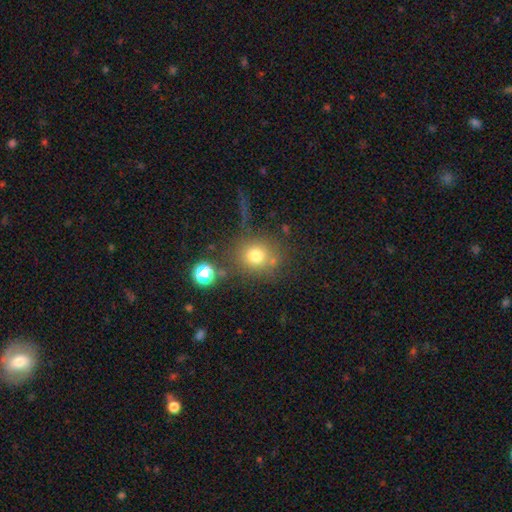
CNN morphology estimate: smooth 74%, star or artifact 15%, featured or disk 11%. Down the decision tree: how rounded — round (85%); merging — none (67%).